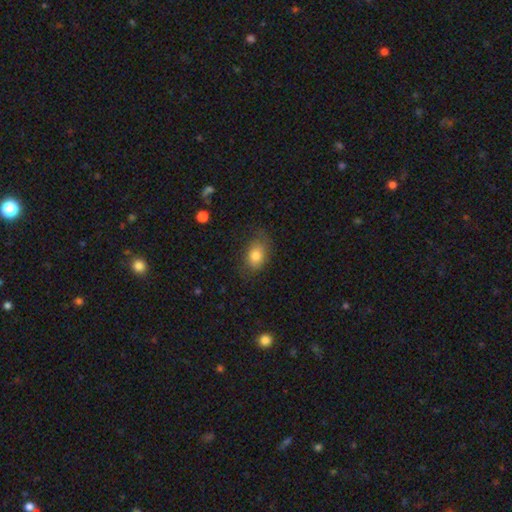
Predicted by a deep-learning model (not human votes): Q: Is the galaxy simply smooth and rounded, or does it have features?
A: smooth — 78%.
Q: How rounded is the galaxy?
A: in between — 76%.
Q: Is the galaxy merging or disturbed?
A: none — 66%.